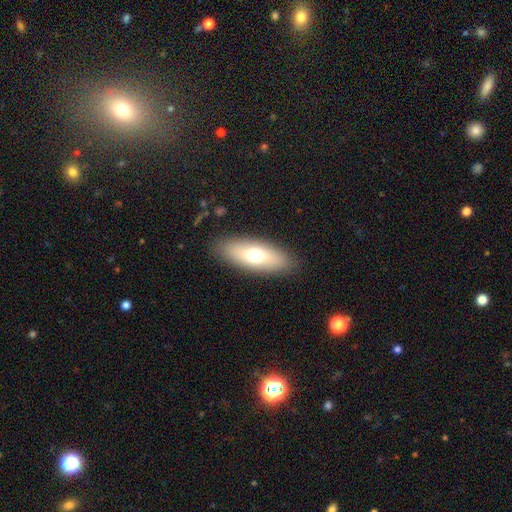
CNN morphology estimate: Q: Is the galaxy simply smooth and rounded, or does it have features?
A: smooth — 66%.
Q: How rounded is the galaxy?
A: in between — 71%.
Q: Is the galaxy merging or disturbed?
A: none — 87%.